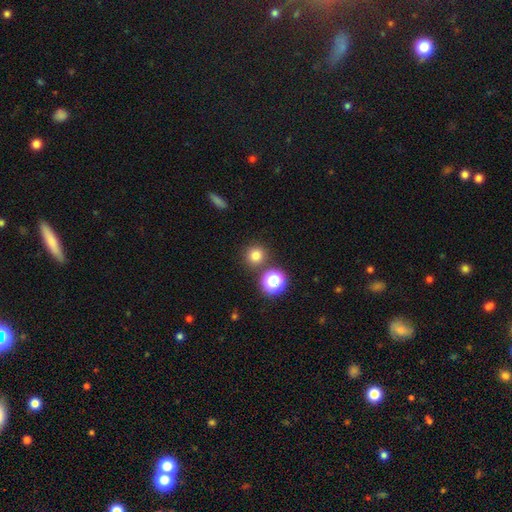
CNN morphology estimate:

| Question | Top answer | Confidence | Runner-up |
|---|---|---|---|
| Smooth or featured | smooth | 76% | star or artifact (18%) |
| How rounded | round | 93% | in between (6%) |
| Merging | none | 83% | merger (8%) |